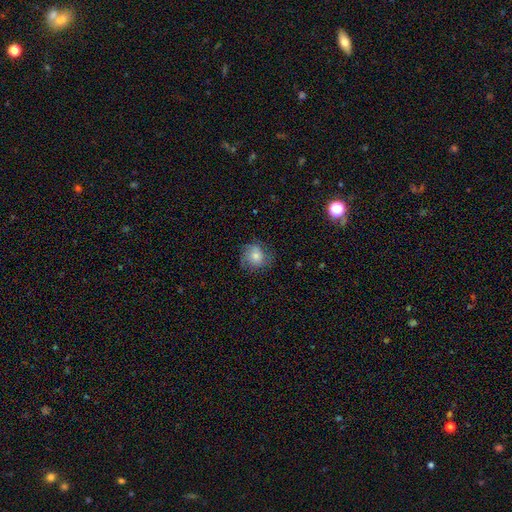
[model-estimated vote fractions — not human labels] A smooth galaxy with no disk features (69%) that is round (78%).

Vote fractions:
- Smooth or featured? smooth: 69% / featured or disk: 21% / star or artifact: 9%
- How rounded? round: 78% / in between: 21% / cigar-shaped: 1%
- Merging? none: 68% / minor disturbance: 21% / major disturbance: 10% / merger: 1%